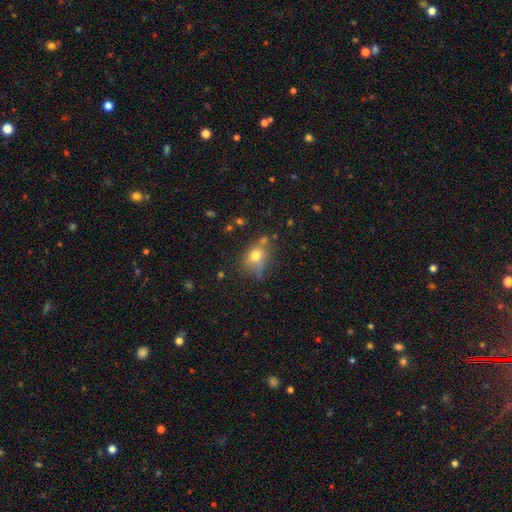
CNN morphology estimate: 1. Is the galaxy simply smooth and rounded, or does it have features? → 71% smooth, 15% featured or disk, 14% star or artifact.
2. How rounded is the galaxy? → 49% round (tied), 49% in between (tied), 2% cigar-shaped.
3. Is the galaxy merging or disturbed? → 56% none, 25% minor disturbance, 10% merger, 10% major disturbance.